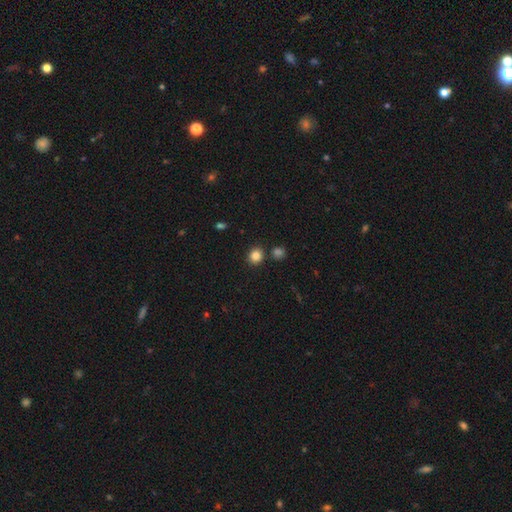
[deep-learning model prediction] A smooth galaxy with no disk features (85%) that is round (81%).

Vote fractions:
- Smooth or featured? smooth: 85% / star or artifact: 11% / featured or disk: 4%
- How rounded? round: 81% / in between: 18% / cigar-shaped: 1%
- Merging? none: 84% / minor disturbance: 7% / merger: 7% / major disturbance: 2%